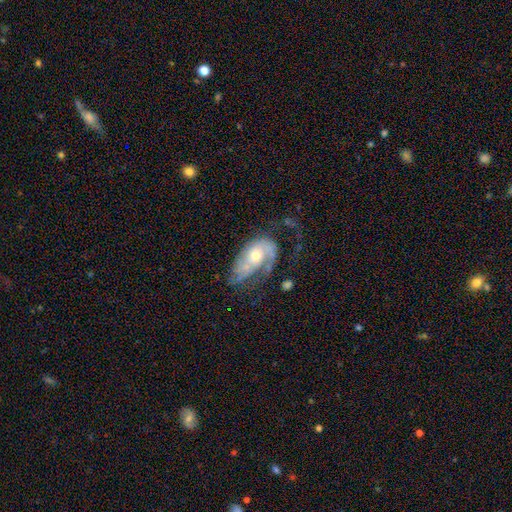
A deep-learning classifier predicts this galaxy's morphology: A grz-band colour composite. It shows a featured or disk galaxy (71%) with no bar (75%), 2 (33%) medium (37%) spiral arms (82%) and a moderate central bulge (56%). Merging: major disturbance (36%).